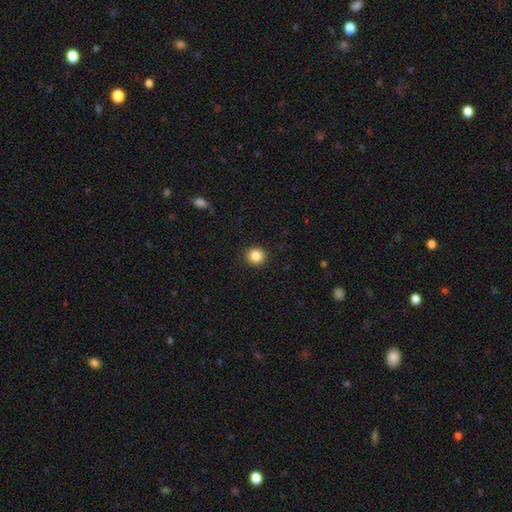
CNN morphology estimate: Q: Smooth or featured?
A: smooth (86%); runner-up: star or artifact (10%)
Q: How rounded?
A: round (87%); runner-up: in between (12%)
Q: Merging?
A: none (91%); runner-up: minor disturbance (6%)